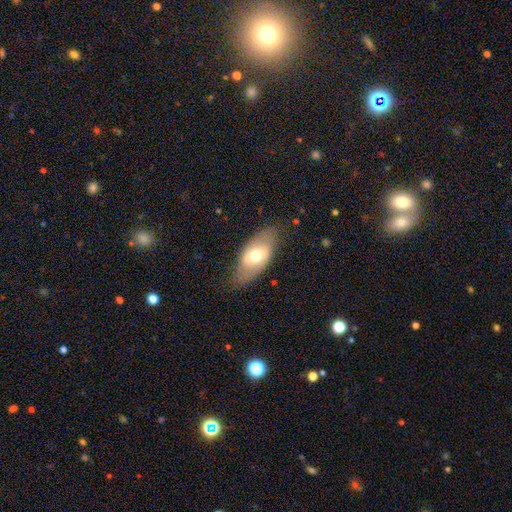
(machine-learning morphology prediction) type=smooth (53%); roundness=in between (89%); merging=none (76%).